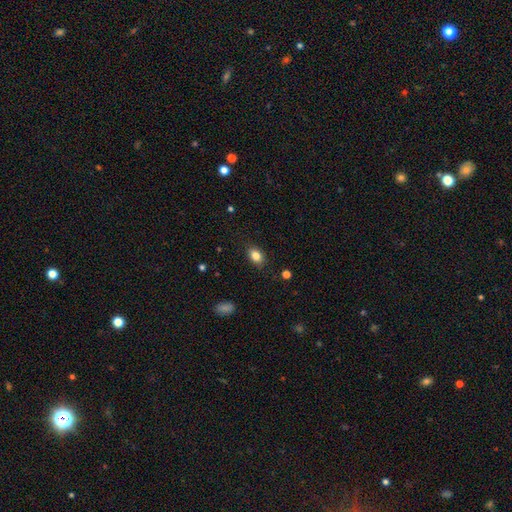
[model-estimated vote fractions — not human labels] Smooth or featured: smooth — 84% (star or artifact — 9%)
How rounded: in between — 79% (round — 19%)
Merging: none — 85% (minor disturbance — 11%)